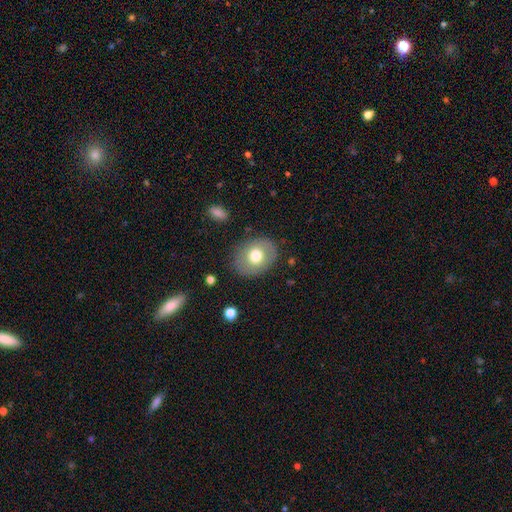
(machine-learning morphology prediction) A smooth galaxy with no disk features (65%) that is in between round and cigar-shaped (53%).

Vote fractions:
- Smooth or featured? smooth: 65% / featured or disk: 27% / star or artifact: 7%
- How rounded? in between: 53% / round: 46% / cigar-shaped: 1%
- Merging? none: 82% / minor disturbance: 12% / major disturbance: 5% / merger: 1%